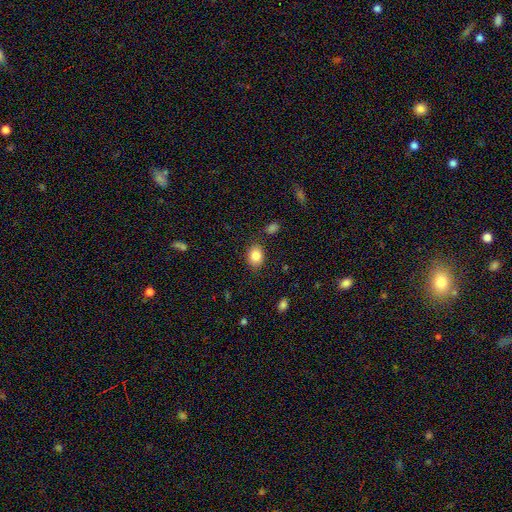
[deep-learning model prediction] Smooth or featured? Predicted: smooth (p=0.85). How rounded? Predicted: in between (p=0.66). Merging? Predicted: none (p=0.82).